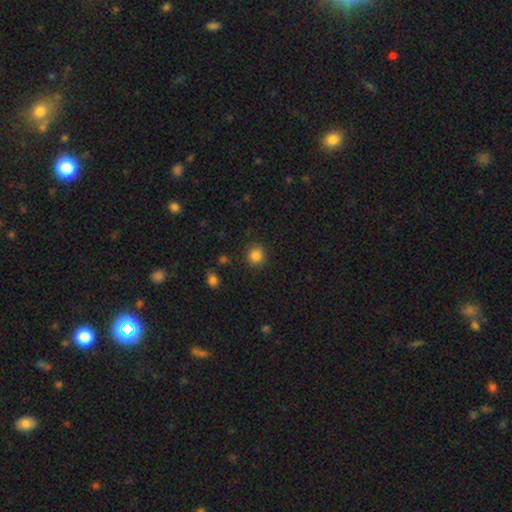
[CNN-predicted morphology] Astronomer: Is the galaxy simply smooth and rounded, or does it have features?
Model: smooth — 84%.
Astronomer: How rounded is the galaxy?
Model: round — 90%.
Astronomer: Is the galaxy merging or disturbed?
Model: none — 88%.